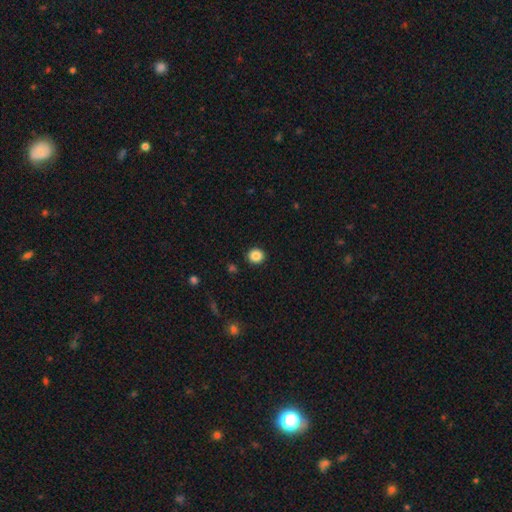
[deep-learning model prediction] Overall: smooth (87%). How rounded: round (88%). Merging: none (91%).